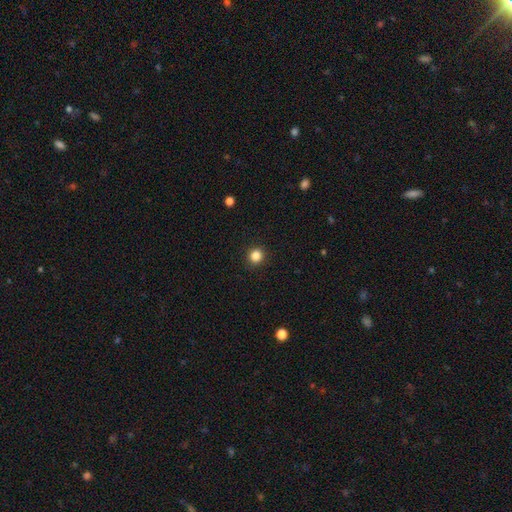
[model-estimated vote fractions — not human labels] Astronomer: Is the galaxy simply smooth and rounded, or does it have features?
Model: smooth — 85%.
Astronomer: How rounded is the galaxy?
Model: round — 90%.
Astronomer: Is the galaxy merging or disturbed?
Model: none — 92%.